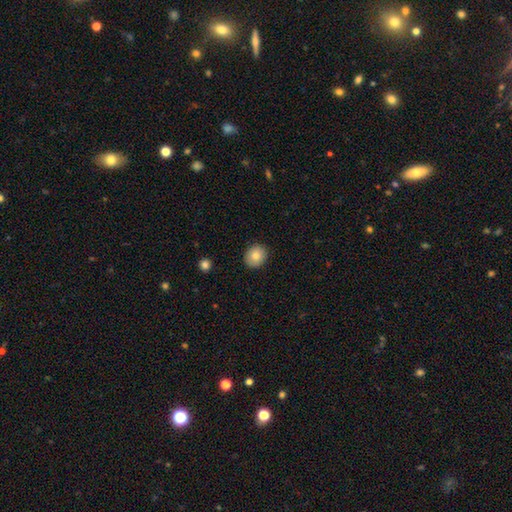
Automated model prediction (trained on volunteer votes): Morphology: type=smooth (83%); roundness=round (73%); merging=none (90%).